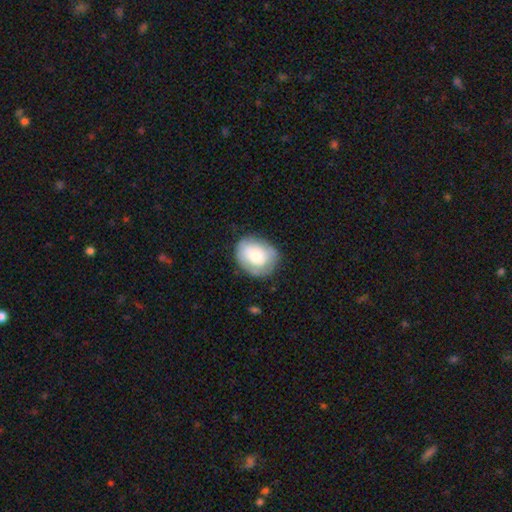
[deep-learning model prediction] A smooth galaxy with no disk features (61%) that is round (52%).

Vote fractions:
- Smooth or featured? smooth: 61% / featured or disk: 32% / star or artifact: 7%
- How rounded? round: 52% / in between: 47% / cigar-shaped: 1%
- Merging? none: 70% / minor disturbance: 22% / major disturbance: 7% / merger: 1%